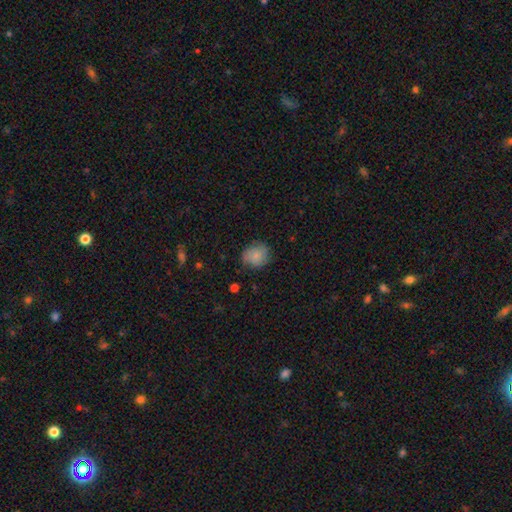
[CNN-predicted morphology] smooth-or-featured: smooth: 83% | featured or disk: 9% | star or artifact: 8%
  how-rounded: round: 73% | in between: 26% | cigar-shaped: 1%
  merging: none: 72% | minor disturbance: 21% | major disturbance: 5% | merger: 1%